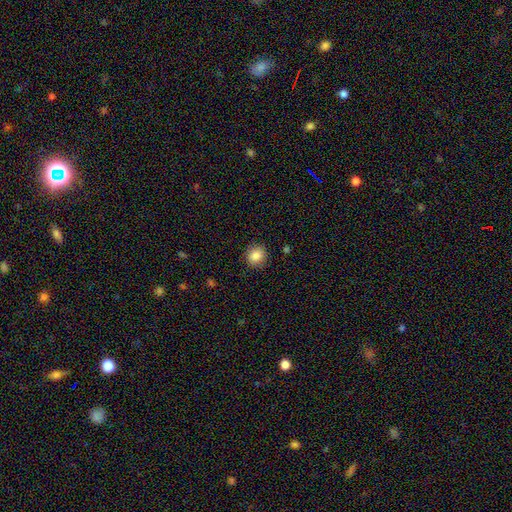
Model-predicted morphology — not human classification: This appears to be a smooth galaxy with no disk features (85%) that is round (83%). Merging: none (89%).